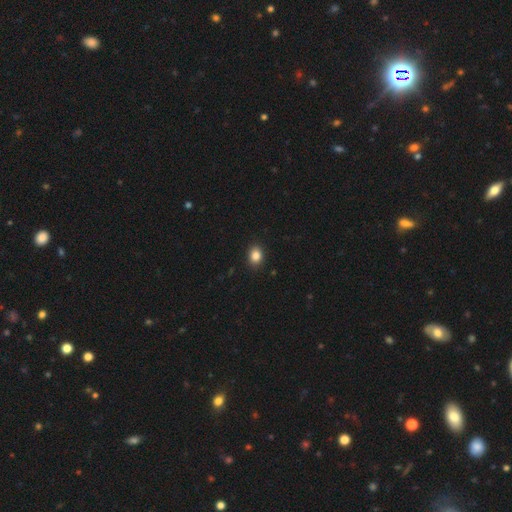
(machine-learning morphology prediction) Smooth or featured? Predicted: smooth (p=0.85). How rounded? Predicted: in between (p=0.55). Merging? Predicted: none (p=0.90).